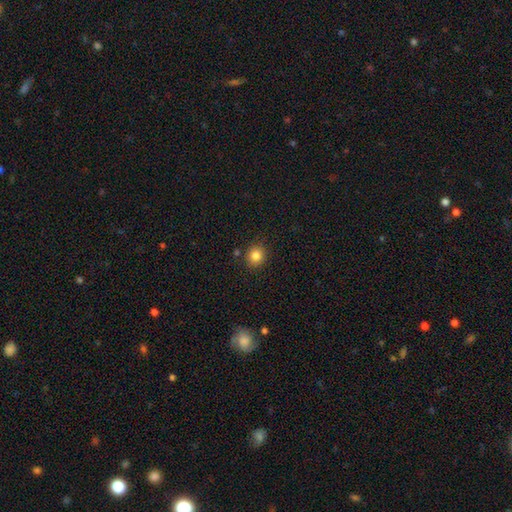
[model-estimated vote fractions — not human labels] Morphology: type=smooth (83%); roundness=round (83%); merging=none (87%).